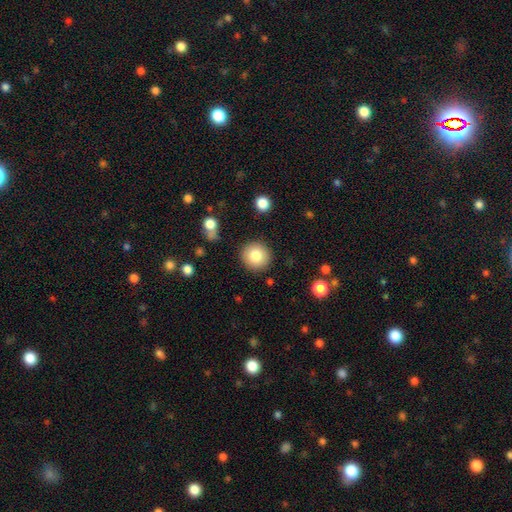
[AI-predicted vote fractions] Smooth or featured?
  - smooth: 82% *
  - featured or disk: 9%
  - star or artifact: 9%
How rounded?
  - round: 94% *
  - in between: 5%
  - cigar-shaped: 1%
Merging?
  - none: 89% *
  - minor disturbance: 7%
  - major disturbance: 2%
  - merger: 2%